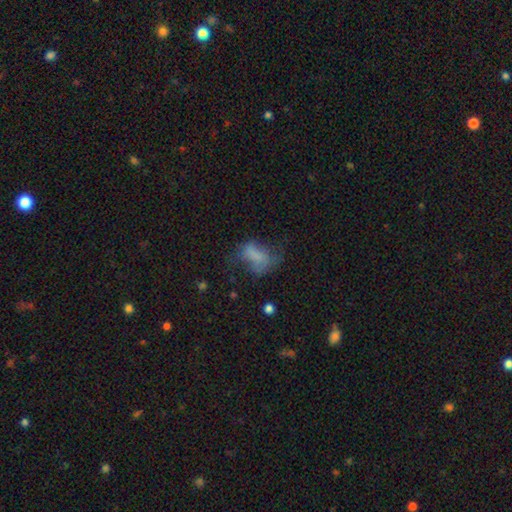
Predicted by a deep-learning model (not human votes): Morphology: type=smooth (57%); roundness=in between (82%); merging=major disturbance (39%).